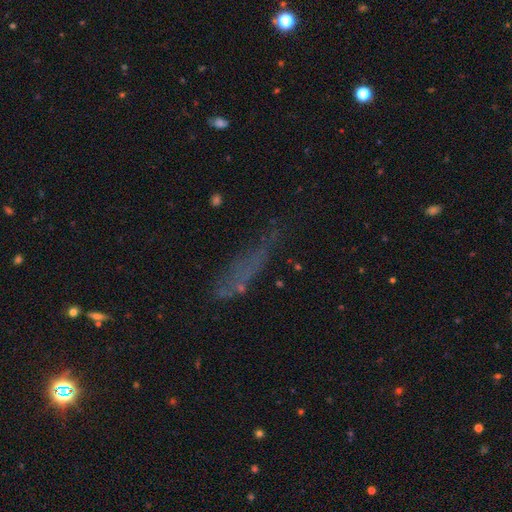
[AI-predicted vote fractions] smooth-or-featured: smooth: 43% | star or artifact: 31% | featured or disk: 26%
  merging: none: 54% | minor disturbance: 22% | major disturbance: 19% | merger: 5%